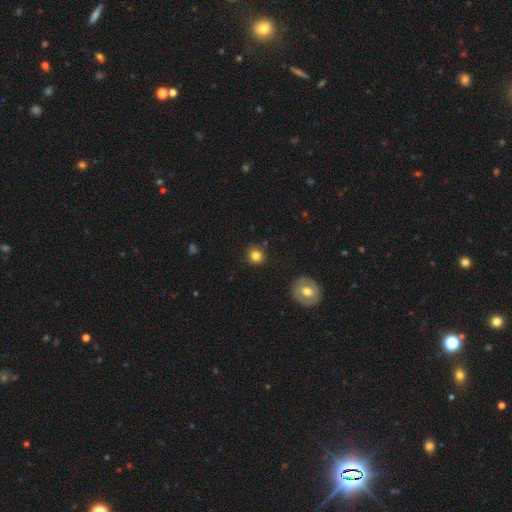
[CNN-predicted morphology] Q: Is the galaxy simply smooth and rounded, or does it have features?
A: smooth — 82%.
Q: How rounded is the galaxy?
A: round — 91%.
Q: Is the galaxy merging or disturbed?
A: none — 87%.